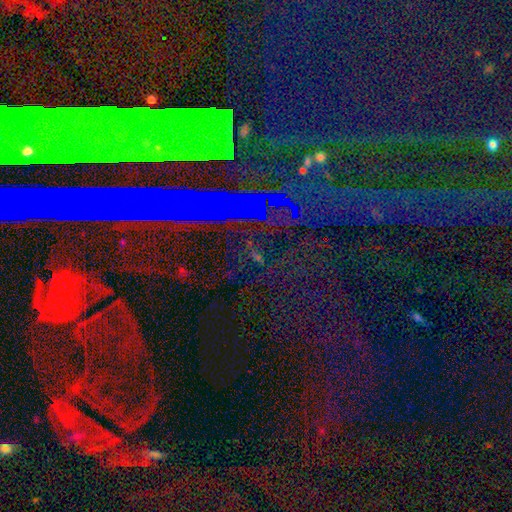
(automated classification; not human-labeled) This appears to be a star or artifact, not a galaxy (81%).